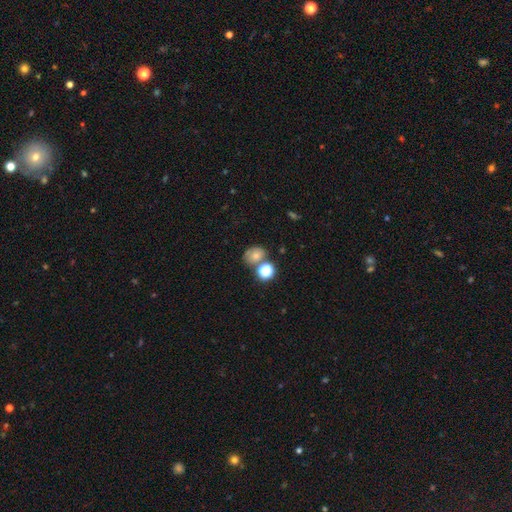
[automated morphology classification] The model was most divided on "how rounded": round: 56%, in between: 43%, cigar-shaped: 1%. More confident: smooth or featured — smooth (68%); merging — none (55%).